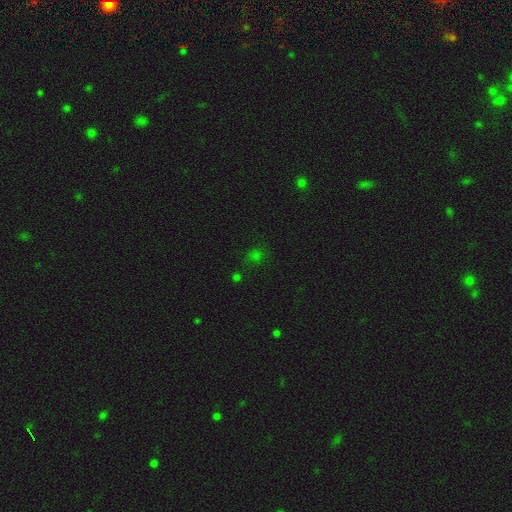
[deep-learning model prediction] Smooth or featured: smooth — 49% (star or artifact — 44%)
Merging: none — 78% (minor disturbance — 12%)